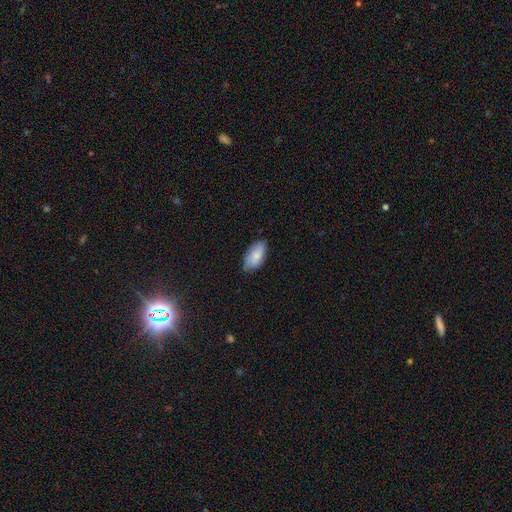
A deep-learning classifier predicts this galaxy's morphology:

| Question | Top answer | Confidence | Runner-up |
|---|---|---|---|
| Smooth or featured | smooth | 81% | featured or disk (13%) |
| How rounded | in between | 93% | cigar-shaped (5%) |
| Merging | none | 77% | minor disturbance (19%) |